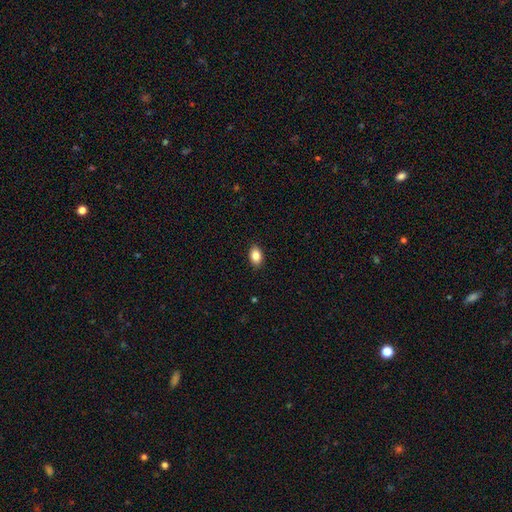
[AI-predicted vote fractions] smooth_or_featured: smooth (p=0.86) [alt: star or artifact p=0.08]
how_rounded: in between (p=0.86) [alt: round p=0.13]
merging: none (p=0.89) [alt: minor disturbance p=0.08]